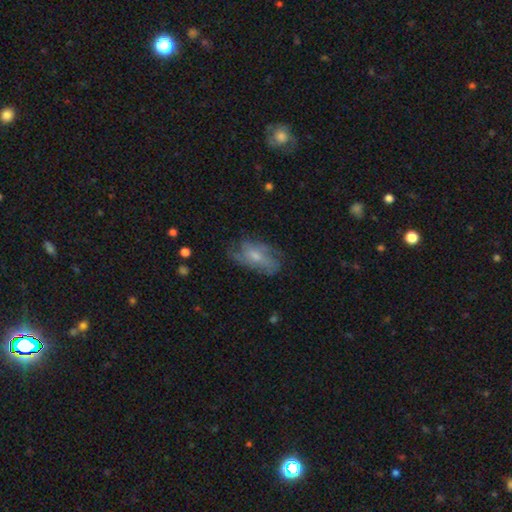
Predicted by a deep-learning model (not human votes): A featured or disk galaxy (58%) with no bar (63%), spiral arms (76%) and a small central bulge (52%).

Vote fractions:
- Smooth or featured? featured or disk: 58% / smooth: 34% / star or artifact: 8%
- Edge-on disk? no: 92% / yes: 8%
- Bar? no: 63% / weak: 31% / strong: 6%
- Spiral arms? yes: 76% / no: 24%
- Bulge size? small: 52% / moderate: 37% / none: 7% / large: 3% / dominant: 1%
- Merging? none: 58% / minor disturbance: 25% / major disturbance: 15% / merger: 2%